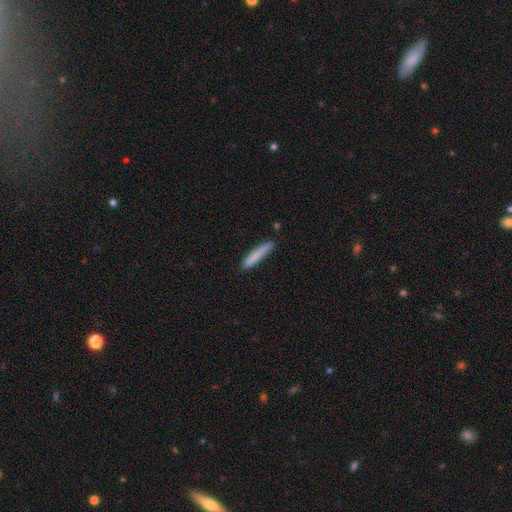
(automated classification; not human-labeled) smooth_or_featured: smooth (p=0.80) [alt: featured or disk p=0.13]
how_rounded: cigar-shaped (p=0.94) [alt: in between p=0.05]
merging: none (p=0.83) [alt: minor disturbance p=0.13]